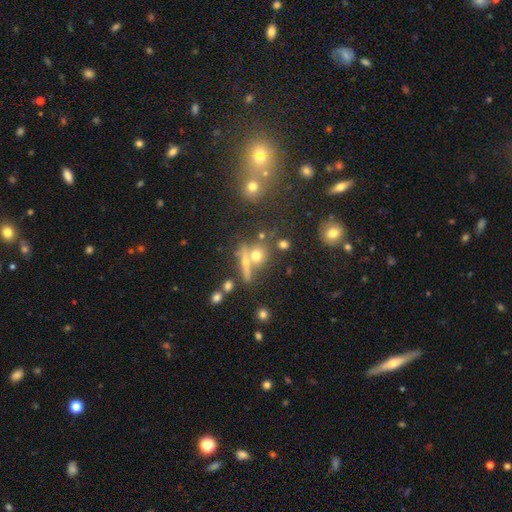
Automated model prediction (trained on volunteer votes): Smooth or featured? Predicted: smooth (p=0.55). How rounded? Predicted: round (p=0.70). Merging? Predicted: none (p=0.53).